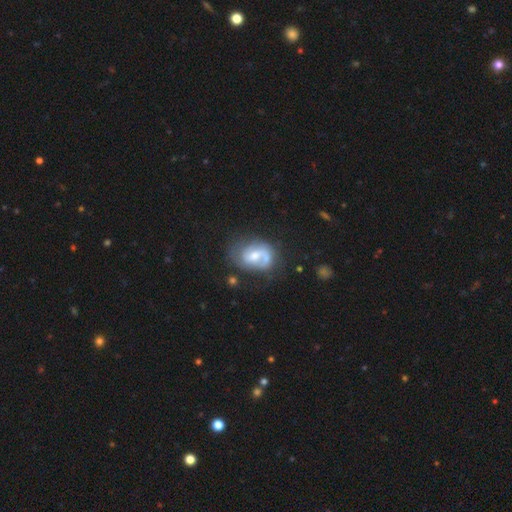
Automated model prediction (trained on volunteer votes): This appears to be a featured or disk galaxy (72%) with a weak bar (48%), 2 (60%) medium (45%) spiral arms (87%) and a moderate central bulge (55%). Merging: none (52%).